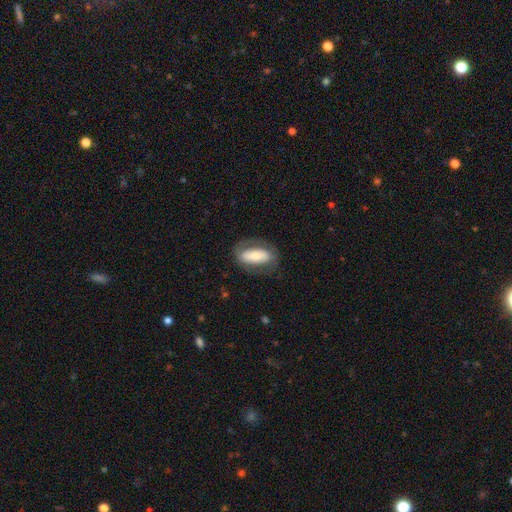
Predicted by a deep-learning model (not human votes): Q: Smooth or featured?
A: smooth (47%); tied with: featured or disk (47%)
Q: Merging?
A: none (73%); runner-up: minor disturbance (16%)